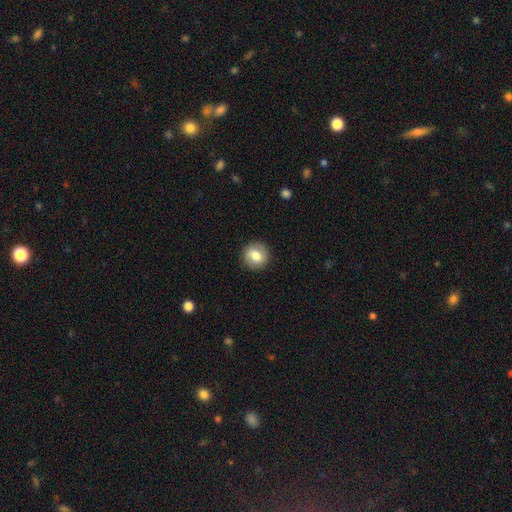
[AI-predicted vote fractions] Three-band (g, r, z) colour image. It shows a smooth galaxy with no disk features (71%) that is round (85%). Merging: none (88%).